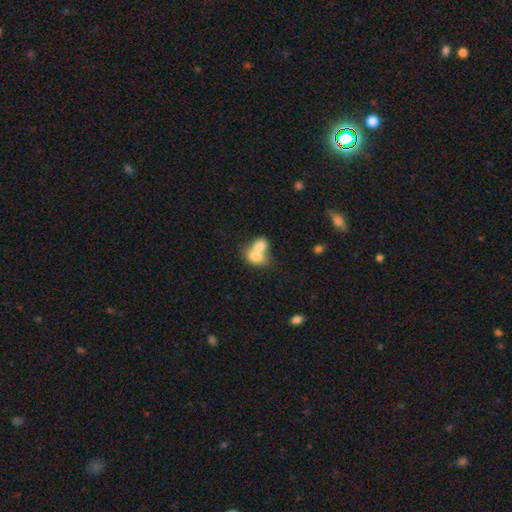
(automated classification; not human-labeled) A smooth galaxy with no disk features (74%) that is in between round and cigar-shaped (71%). Merging: merger (75%).